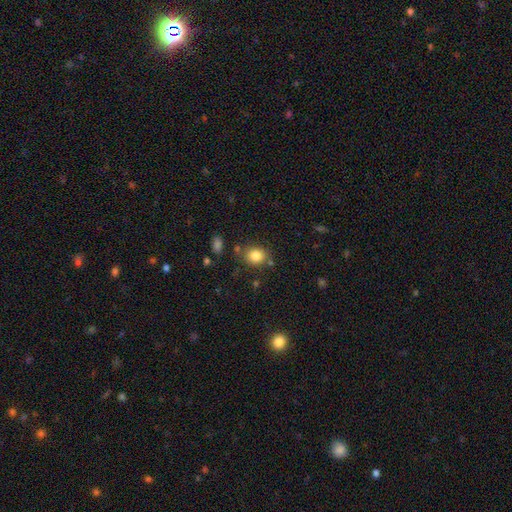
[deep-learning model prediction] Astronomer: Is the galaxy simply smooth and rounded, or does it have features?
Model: smooth — 84%.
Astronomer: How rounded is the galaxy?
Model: round — 65%.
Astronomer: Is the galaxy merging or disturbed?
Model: none — 77%.